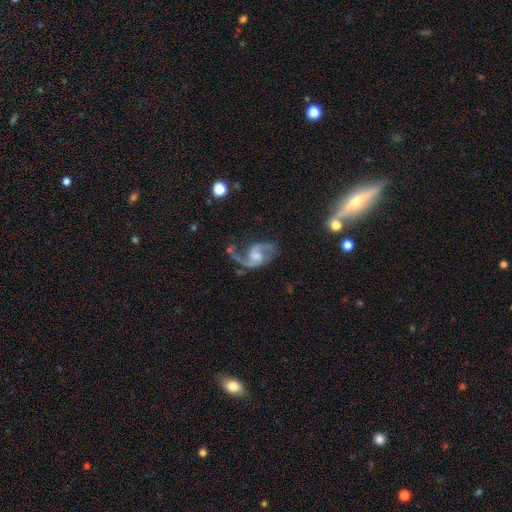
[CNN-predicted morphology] Smooth or featured? Predicted: featured or disk (p=0.87). Edge-on disk? Predicted: no (p=0.98). Bar? Predicted: no (p=0.46). Spiral arms? Predicted: yes (p=0.96). Spiral winding? Predicted: loose (p=0.56). Spiral arm count? Predicted: 2 (p=0.83). Bulge size? Predicted: moderate (p=0.41). Merging? Predicted: none (p=0.47).